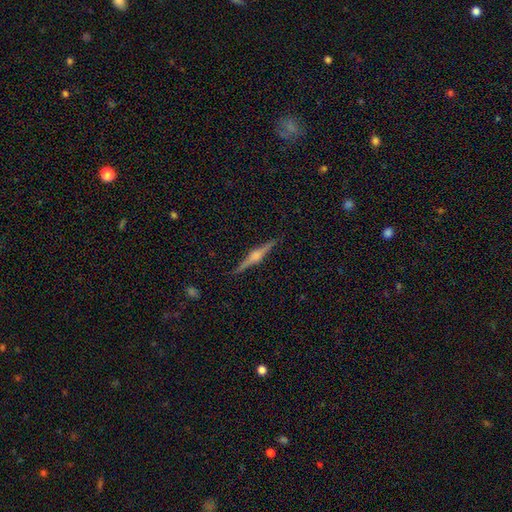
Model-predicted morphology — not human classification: type=featured or disk (82%); edge-on=yes (98%); edge-on bulge=rounded (86%); merging=none (91%).